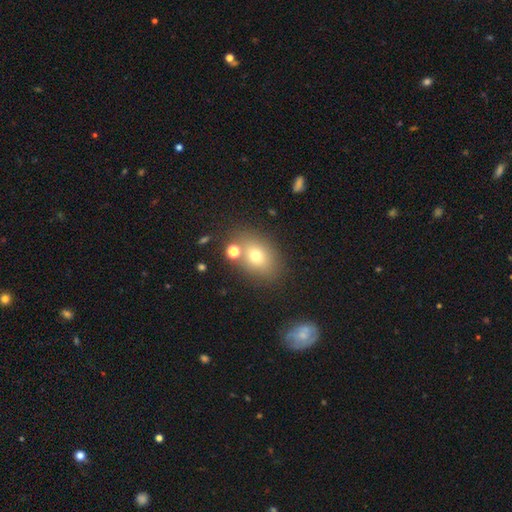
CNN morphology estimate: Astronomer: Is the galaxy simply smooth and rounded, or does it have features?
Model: smooth — 70%.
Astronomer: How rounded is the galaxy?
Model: in between — 67%.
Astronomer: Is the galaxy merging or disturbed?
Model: none — 70%.